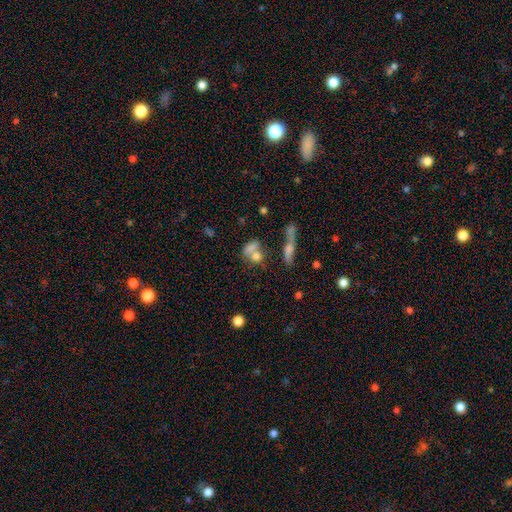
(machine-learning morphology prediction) smooth 67%, featured or disk 19%, star or artifact 15%. Down the decision tree: how rounded — round (46%); merging — merger (42%).